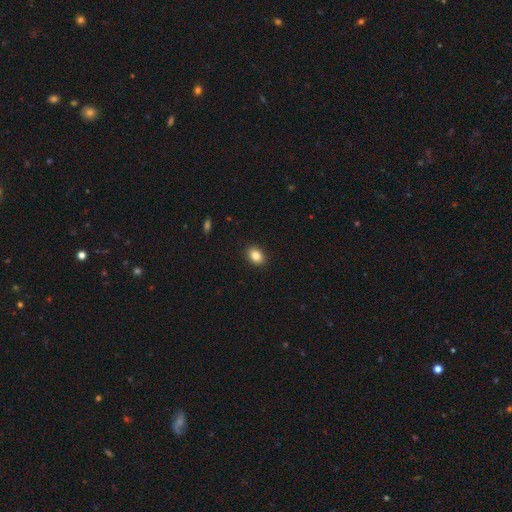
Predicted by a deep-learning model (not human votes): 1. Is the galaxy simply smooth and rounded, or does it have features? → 85% smooth, 9% star or artifact, 6% featured or disk.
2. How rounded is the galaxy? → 72% in between, 27% round, 1% cigar-shaped.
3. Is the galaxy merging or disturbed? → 90% none, 7% minor disturbance, 2% major disturbance, 1% merger.